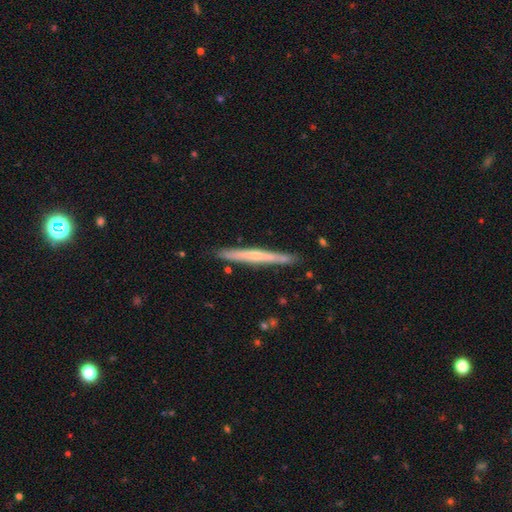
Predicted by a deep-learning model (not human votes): Morphology: type=featured or disk (55%); edge-on=yes (97%); edge-on bulge=none (57%); merging=none (89%).